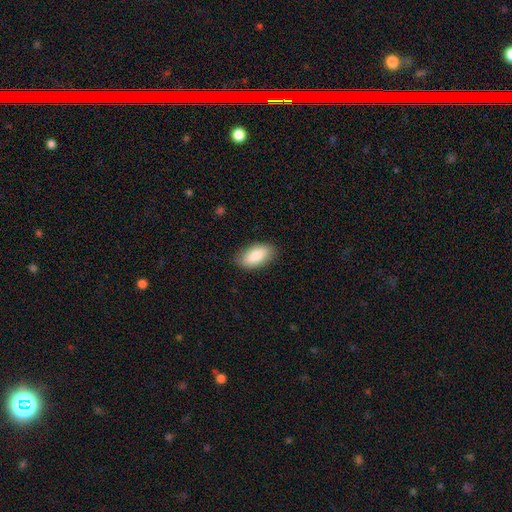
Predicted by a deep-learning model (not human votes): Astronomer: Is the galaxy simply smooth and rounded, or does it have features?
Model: smooth — 82%.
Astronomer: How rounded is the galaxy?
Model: in between — 92%.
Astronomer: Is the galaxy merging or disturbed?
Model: none — 85%.